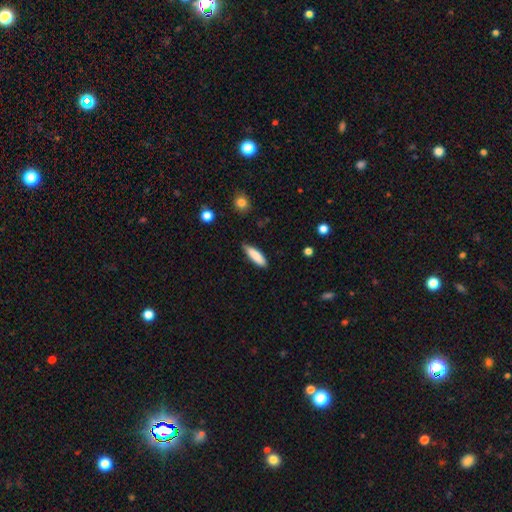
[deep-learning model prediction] A smooth galaxy with no disk features (84%) that is cigar-shaped (57%). Merging: none (77%).